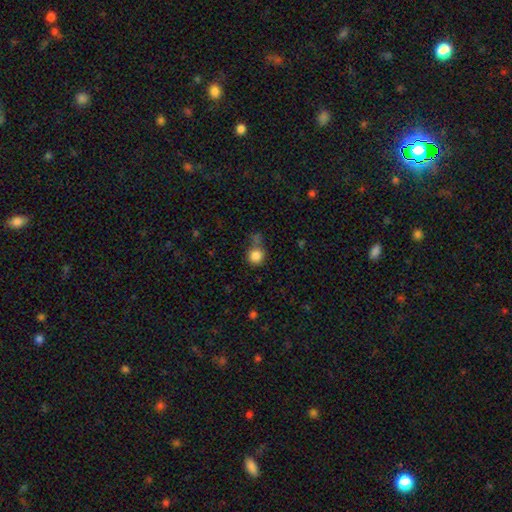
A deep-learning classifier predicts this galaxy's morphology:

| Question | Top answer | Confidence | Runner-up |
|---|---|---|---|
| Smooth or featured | smooth | 84% | star or artifact (10%) |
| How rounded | round | 90% | in between (9%) |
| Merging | none | 60% | merger (17%) |